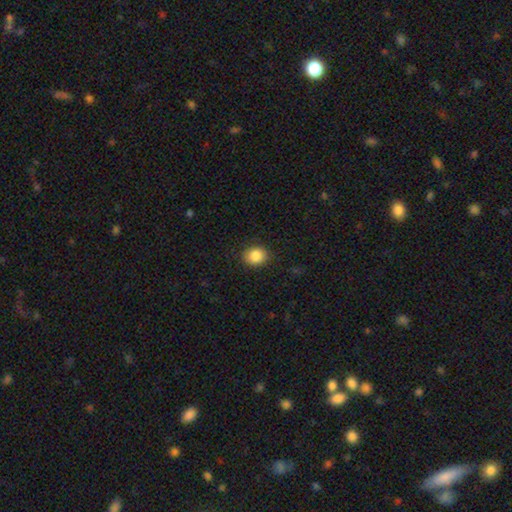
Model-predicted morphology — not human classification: smooth_or_featured: smooth (p=0.86) [alt: star or artifact p=0.09]
how_rounded: round (p=0.59) [alt: in between p=0.40]
merging: none (p=0.88) [alt: minor disturbance p=0.08]